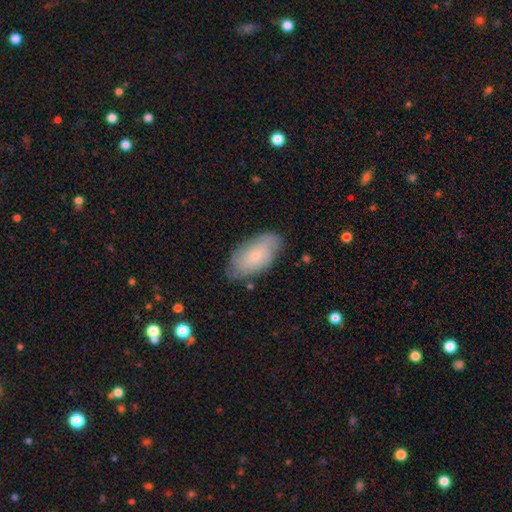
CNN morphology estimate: smooth 62%, featured or disk 31%, star or artifact 7%. Down the decision tree: how rounded — in between (93%); merging — none (75%).